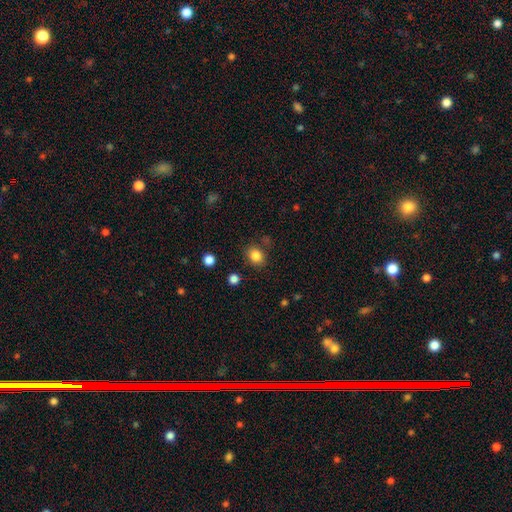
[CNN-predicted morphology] Smooth or featured?
  - smooth: 84% *
  - star or artifact: 11%
  - featured or disk: 5%
How rounded?
  - round: 63% *
  - in between: 36%
  - cigar-shaped: 1%
Merging?
  - none: 81% *
  - minor disturbance: 11%
  - merger: 4%
  - major disturbance: 4%